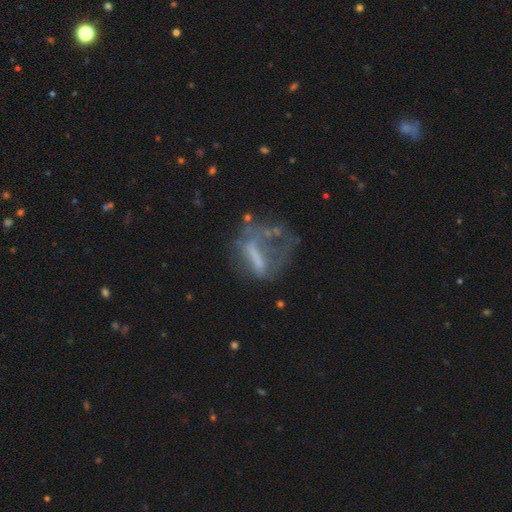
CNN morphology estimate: A featured or disk galaxy (53%). Merging: major disturbance (45%).